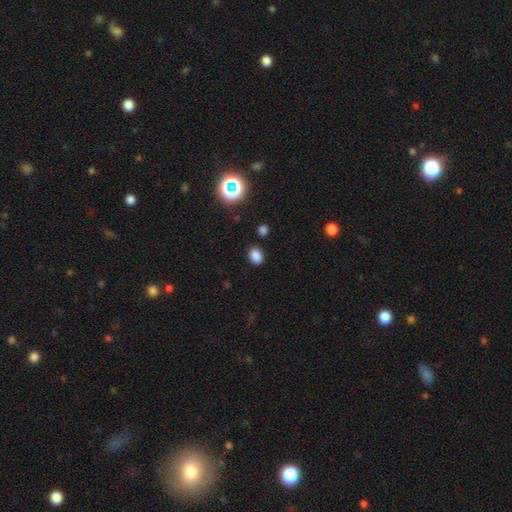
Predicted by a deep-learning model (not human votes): smooth-or-featured: smooth: 81% | star or artifact: 15% | featured or disk: 4%
  how-rounded: in between: 65% | round: 33% | cigar-shaped: 1%
  merging: none: 86% | minor disturbance: 9% | major disturbance: 3% | merger: 2%